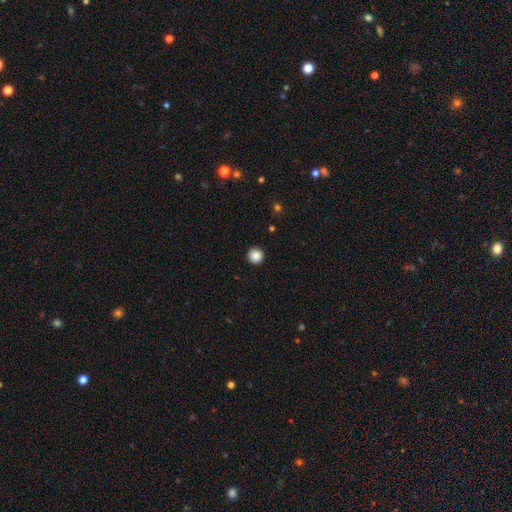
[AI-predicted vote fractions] smooth 87%, star or artifact 10%, featured or disk 3%. Down the decision tree: how rounded — round (96%); merging — none (93%).